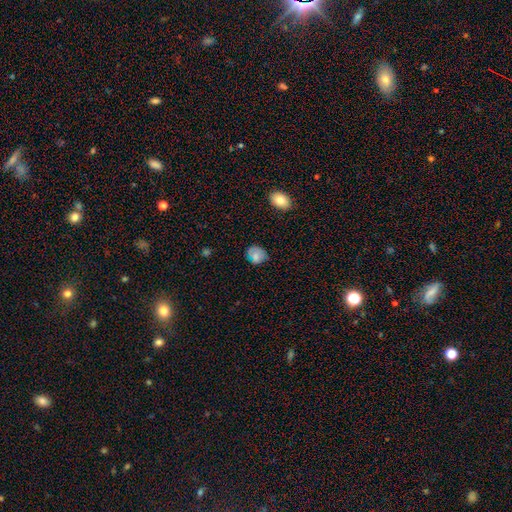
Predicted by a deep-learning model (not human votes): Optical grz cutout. It shows a smooth galaxy with no disk features (73%) that is round (58%). Merging: none (64%).